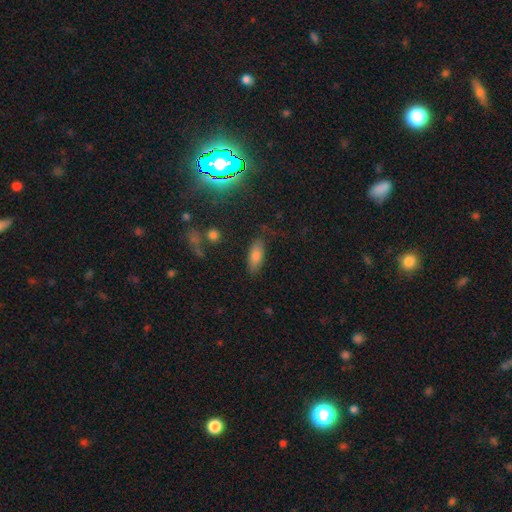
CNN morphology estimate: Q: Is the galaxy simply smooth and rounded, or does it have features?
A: smooth — 73%.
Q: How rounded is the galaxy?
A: in between — 77%.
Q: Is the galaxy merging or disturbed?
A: none — 76%.